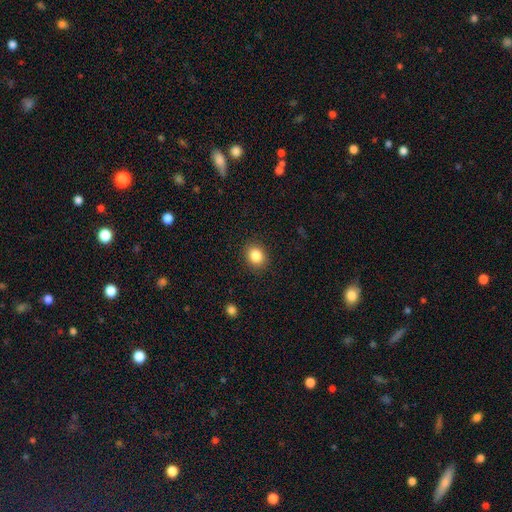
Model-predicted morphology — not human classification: smooth 85%, star or artifact 10%, featured or disk 5%. Down the decision tree: how rounded — round (71%); merging — none (89%).